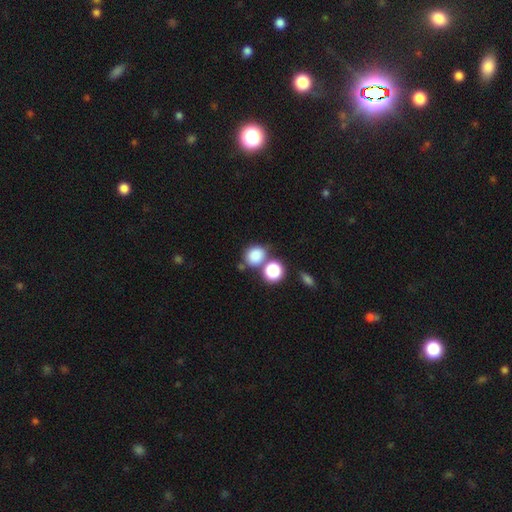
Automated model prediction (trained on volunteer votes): smooth 82%, star or artifact 12%, featured or disk 6%. Down the decision tree: how rounded — round (70%); merging — none (59%).